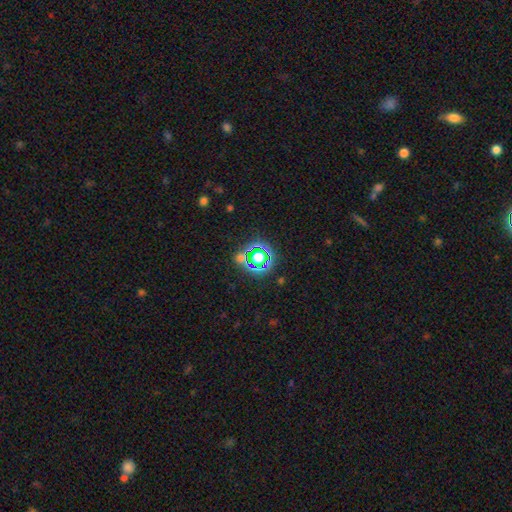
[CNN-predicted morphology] This is likely a star or artifact rather than a galaxy (62%).